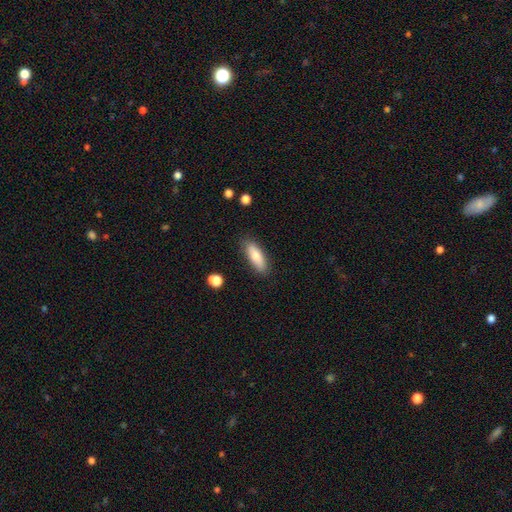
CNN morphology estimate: This is likely a smooth galaxy (75%). How rounded: likely in between (63%). Merging: clearly none (83%).